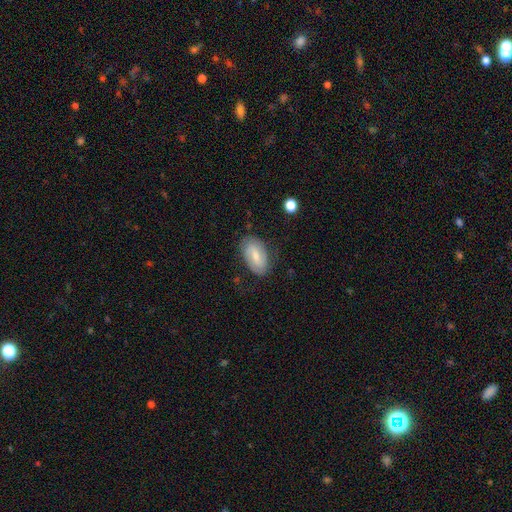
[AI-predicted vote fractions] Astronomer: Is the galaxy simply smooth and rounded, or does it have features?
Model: featured or disk — 56% (runner-up: smooth, 37%).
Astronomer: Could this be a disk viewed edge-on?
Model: no — 95%.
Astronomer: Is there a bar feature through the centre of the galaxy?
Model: weak — 51%.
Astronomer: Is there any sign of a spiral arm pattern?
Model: yes — 83%.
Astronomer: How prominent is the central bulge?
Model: small — 53% (runner-up: moderate, 41%).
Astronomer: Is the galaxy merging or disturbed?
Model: none — 78%.